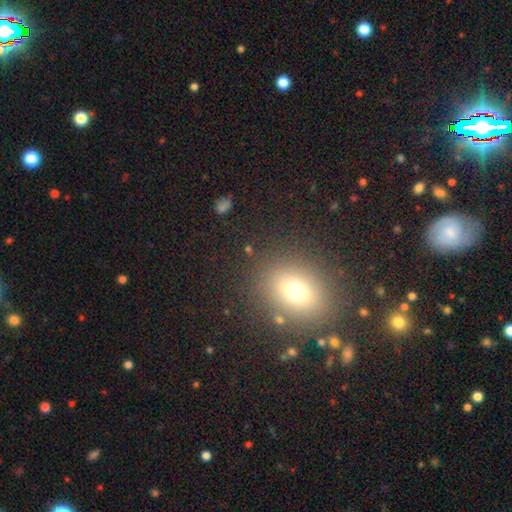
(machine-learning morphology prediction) Q: Smooth or featured?
A: smooth (65%); runner-up: star or artifact (25%)
Q: How rounded?
A: in between (54%); runner-up: round (43%)
Q: Merging?
A: none (86%); runner-up: minor disturbance (8%)